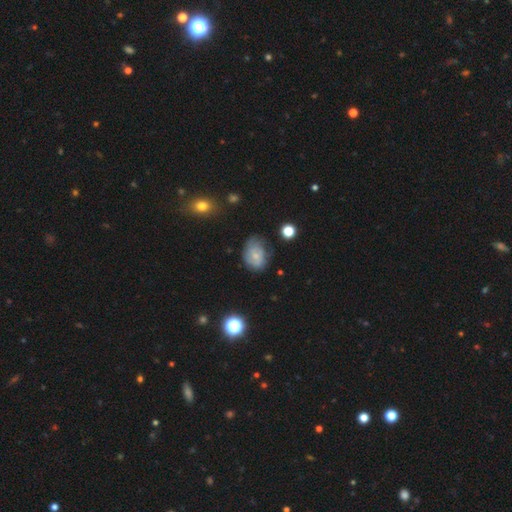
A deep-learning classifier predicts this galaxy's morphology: Smooth or featured? smooth (55%)
How rounded? in between (72%)
Merging? none (52%)